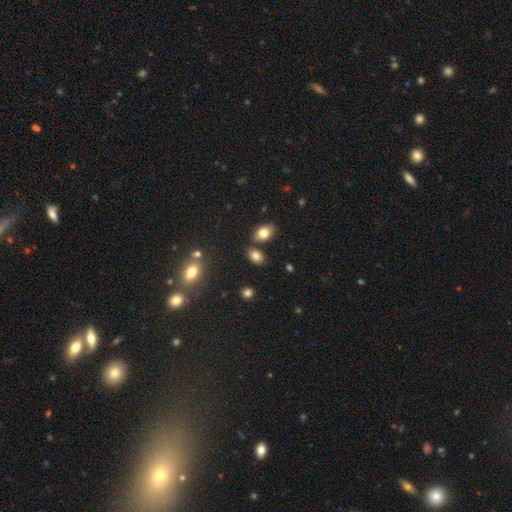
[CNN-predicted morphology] smooth 81%, star or artifact 10%, featured or disk 9%. Down the decision tree: how rounded — in between (84%); merging — none (74%).